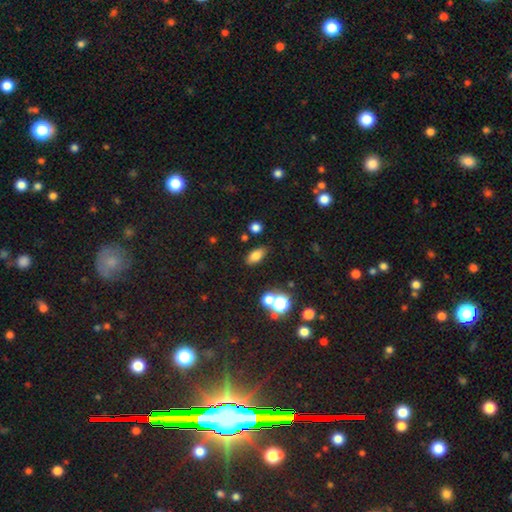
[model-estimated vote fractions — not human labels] Morphology: type=smooth (76%); roundness=in between (85%); merging=none (82%).